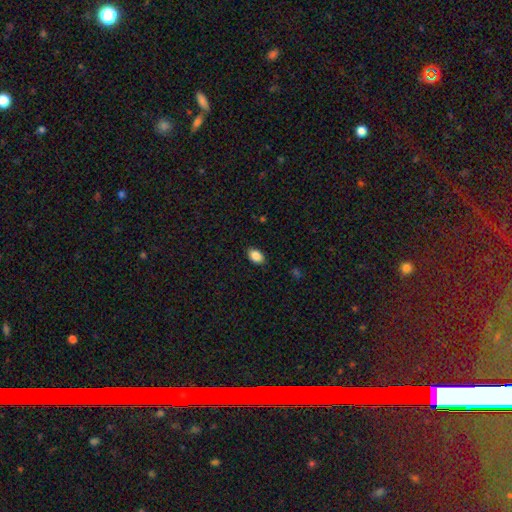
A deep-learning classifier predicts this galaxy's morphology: Overall: smooth (88%). How rounded: in between (88%). Merging: none (87%).